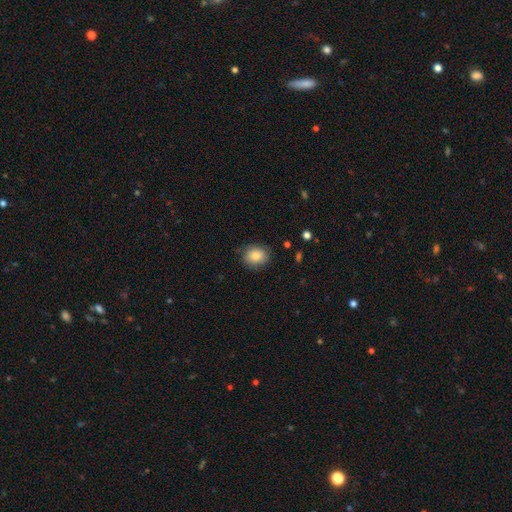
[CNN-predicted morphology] Smooth or featured?
  - smooth: 84% *
  - star or artifact: 9%
  - featured or disk: 8%
How rounded?
  - round: 60% *
  - in between: 39%
  - cigar-shaped: 1%
Merging?
  - none: 81% *
  - minor disturbance: 14%
  - major disturbance: 3%
  - merger: 1%